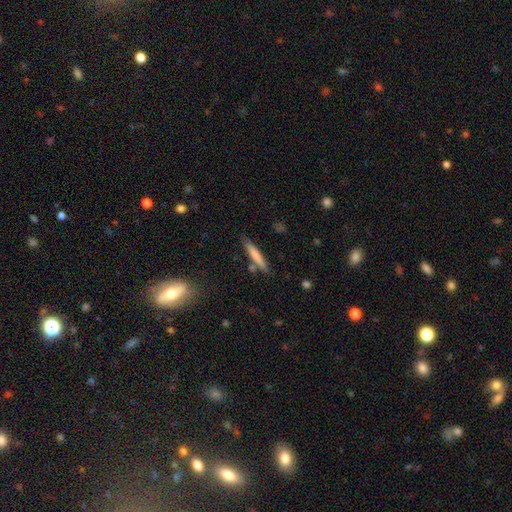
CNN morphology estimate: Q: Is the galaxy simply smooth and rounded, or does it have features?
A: smooth — 73%.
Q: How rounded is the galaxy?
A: cigar-shaped — 93%.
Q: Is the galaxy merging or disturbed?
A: none — 80%.